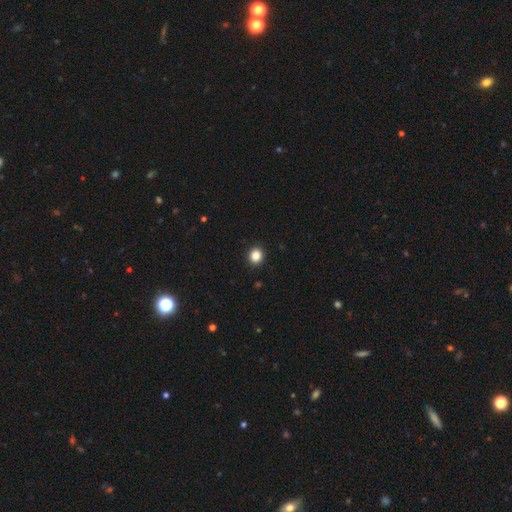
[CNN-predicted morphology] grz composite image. It shows a smooth galaxy with no disk features (86%) that is round (83%). Merging: none (92%).